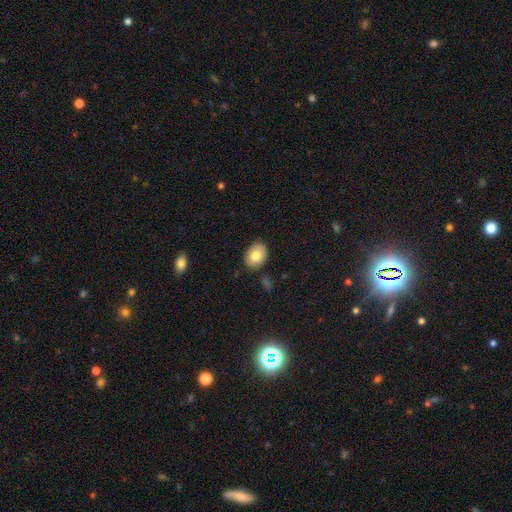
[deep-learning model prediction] smooth 79%, featured or disk 14%, star or artifact 7%. Down the decision tree: how rounded — in between (75%); merging — none (84%).